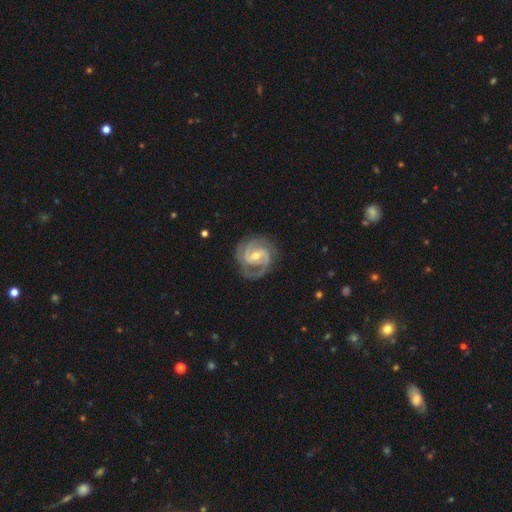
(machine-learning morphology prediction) Smooth or featured? featured or disk (90%)
Edge-on disk? no (98%)
Bar? weak (51%)
Spiral arms? yes (97%)
Spiral winding? tight (49%)
Spiral arm count? 2 (65%)
Bulge size? moderate (59%)
Merging? none (77%)